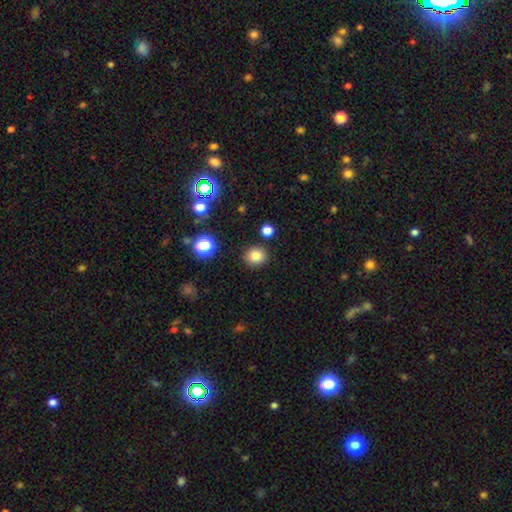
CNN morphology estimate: Smooth or featured: smooth — 82% (star or artifact — 13%)
How rounded: round — 84% (in between — 15%)
Merging: none — 89% (minor disturbance — 7%)